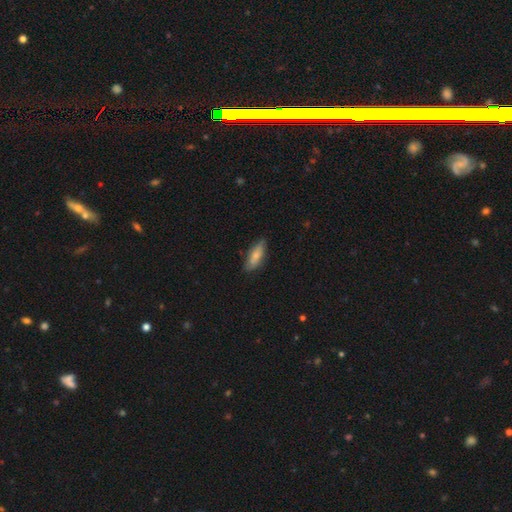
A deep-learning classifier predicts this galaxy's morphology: type=smooth (67%); roundness=in between (63%); merging=none (74%).